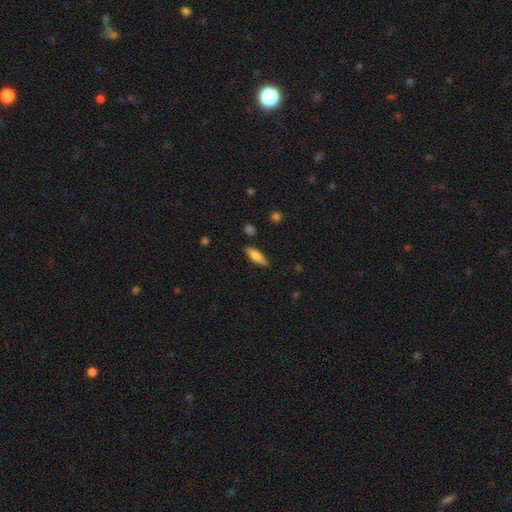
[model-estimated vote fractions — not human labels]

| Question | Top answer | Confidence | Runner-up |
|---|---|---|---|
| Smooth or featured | smooth | 60% | featured or disk (33%) |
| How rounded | cigar-shaped | 56% | in between (41%) |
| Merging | none | 85% | minor disturbance (11%) |